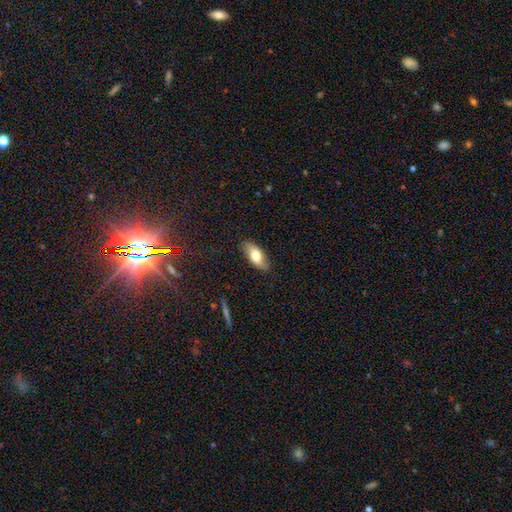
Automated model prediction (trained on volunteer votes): This appears to be a smooth galaxy with no disk features (69%) that is in between round and cigar-shaped (84%). Merging: none (86%).